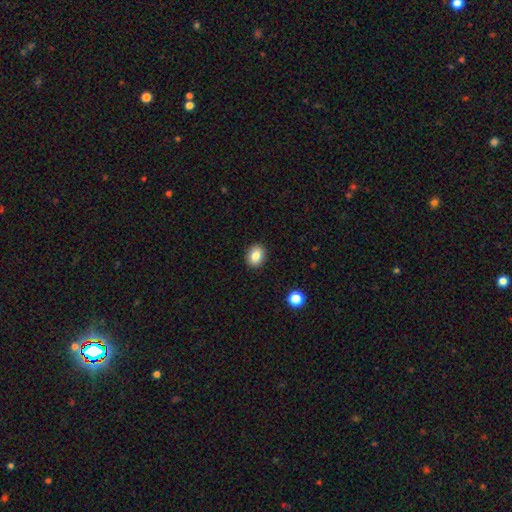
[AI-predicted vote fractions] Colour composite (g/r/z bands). It shows a smooth galaxy with no disk features (84%) that is round (51%). Merging: none (91%).